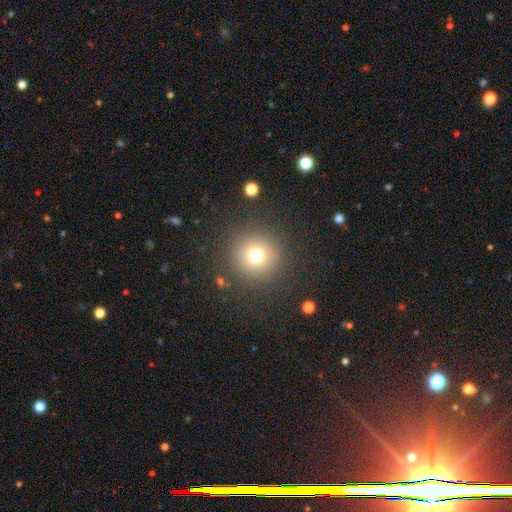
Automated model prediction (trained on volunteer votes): smooth-or-featured: smooth: 72% | star or artifact: 17% | featured or disk: 11%
  how-rounded: round: 96% | in between: 4% | cigar-shaped: 1%
  merging: none: 88% | minor disturbance: 6% | major disturbance: 4% | merger: 2%